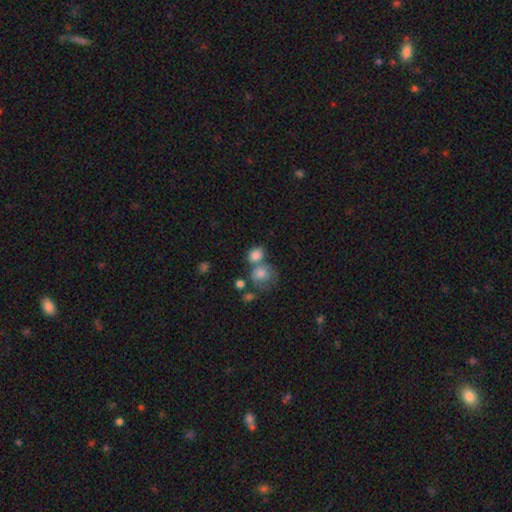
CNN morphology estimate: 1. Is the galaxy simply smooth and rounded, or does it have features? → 80% smooth, 10% featured or disk, 10% star or artifact.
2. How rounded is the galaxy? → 56% round, 43% in between, 1% cigar-shaped.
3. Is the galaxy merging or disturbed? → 42% merger, 40% none, 12% minor disturbance, 6% major disturbance.